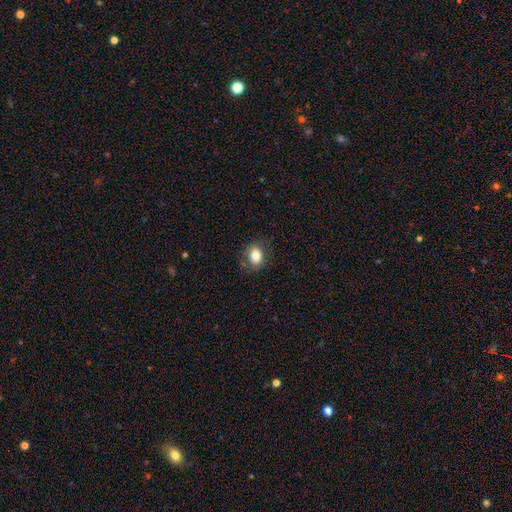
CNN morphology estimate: Smooth or featured? smooth (80%)
How rounded? in between (60%)
Merging? none (79%)